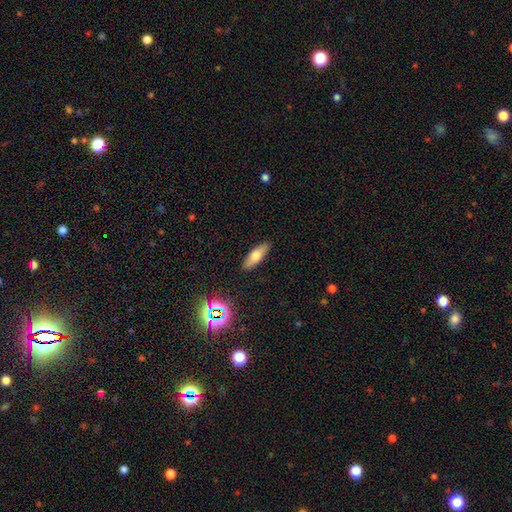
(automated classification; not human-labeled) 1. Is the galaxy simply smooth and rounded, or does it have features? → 69% smooth, 21% featured or disk, 10% star or artifact.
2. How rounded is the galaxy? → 54% in between, 43% cigar-shaped, 3% round.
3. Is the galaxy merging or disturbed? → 88% none, 9% minor disturbance, 2% major disturbance, 1% merger.